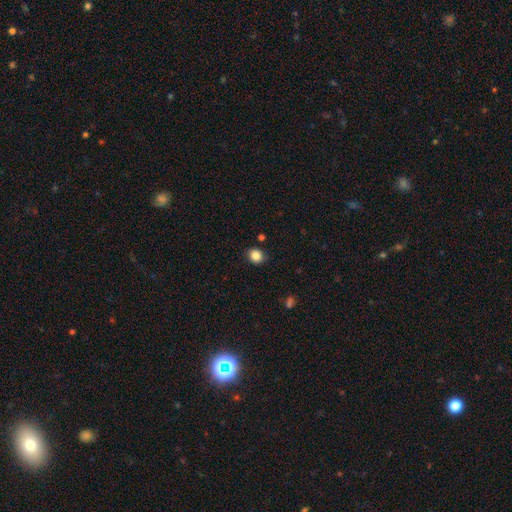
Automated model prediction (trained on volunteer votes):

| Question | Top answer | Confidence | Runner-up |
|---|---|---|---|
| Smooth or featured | smooth | 86% | star or artifact (10%) |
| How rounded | round | 74% | in between (26%) |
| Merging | none | 86% | minor disturbance (10%) |